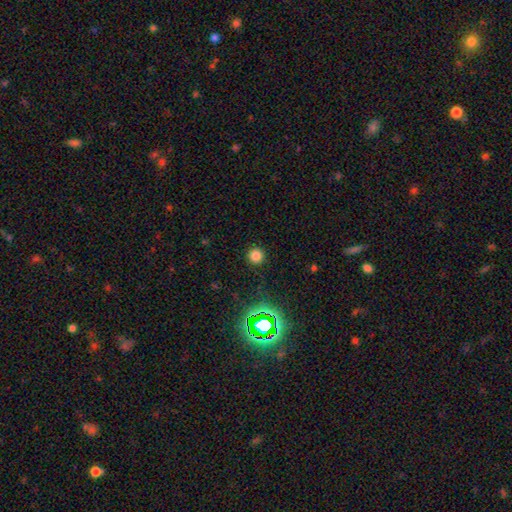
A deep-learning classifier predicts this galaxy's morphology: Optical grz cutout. It shows a smooth galaxy with no disk features (77%) that is round (95%). Merging: none (91%).